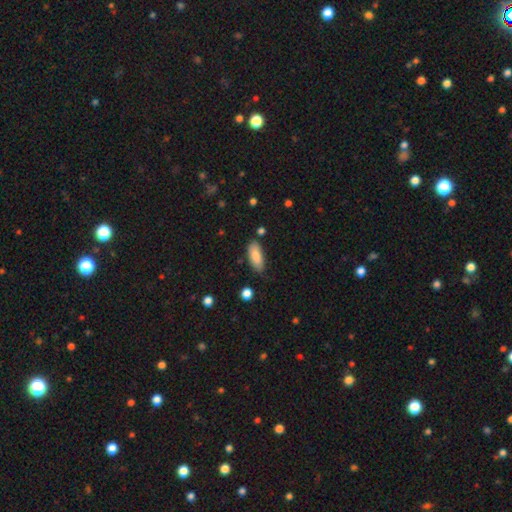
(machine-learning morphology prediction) Q: Smooth or featured?
A: smooth (82%); runner-up: featured or disk (11%)
Q: How rounded?
A: in between (82%); runner-up: cigar-shaped (16%)
Q: Merging?
A: none (75%); runner-up: minor disturbance (19%)